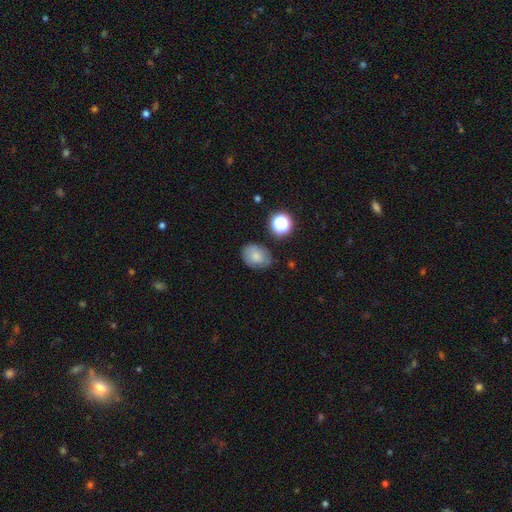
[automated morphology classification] smooth_or_featured: smooth (p=0.74) [alt: featured or disk p=0.15]
how_rounded: in between (p=0.63) [alt: round p=0.36]
merging: none (p=0.67) [alt: minor disturbance p=0.24]